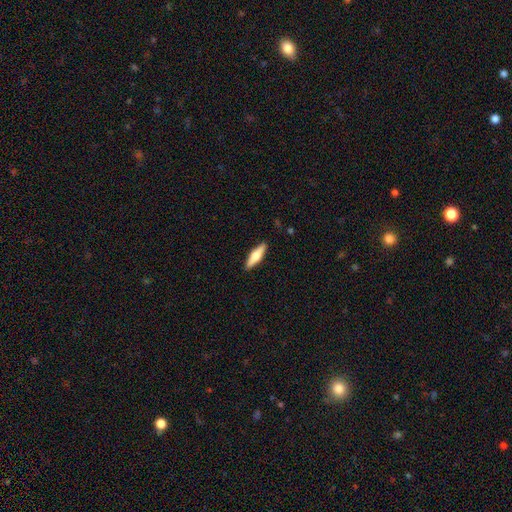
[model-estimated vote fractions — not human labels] Smooth or featured? Predicted: smooth (p=0.53). How rounded? Predicted: cigar-shaped (p=0.64). Merging? Predicted: none (p=0.90).